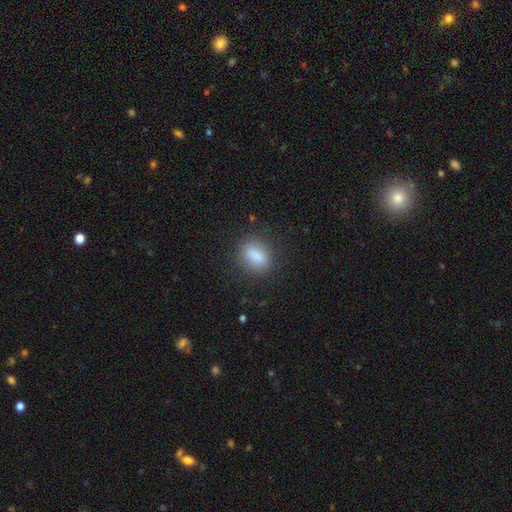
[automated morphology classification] smooth 80%, featured or disk 10%, star or artifact 10%. Down the decision tree: how rounded — in between (59%); merging — none (70%).